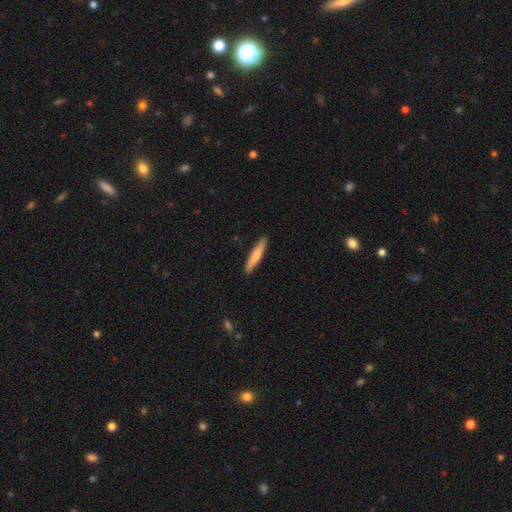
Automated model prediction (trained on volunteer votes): Smooth or featured? Predicted: smooth (p=0.72). How rounded? Predicted: cigar-shaped (p=0.92). Merging? Predicted: none (p=0.91).